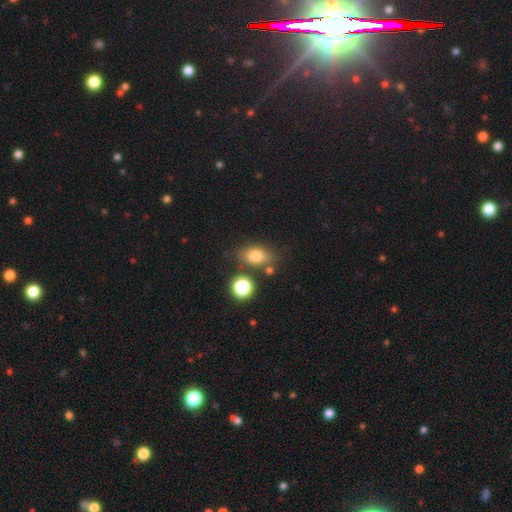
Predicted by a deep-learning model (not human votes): This appears to be a smooth galaxy with no disk features (76%) that is in between round and cigar-shaped (77%). Merging: none (72%).